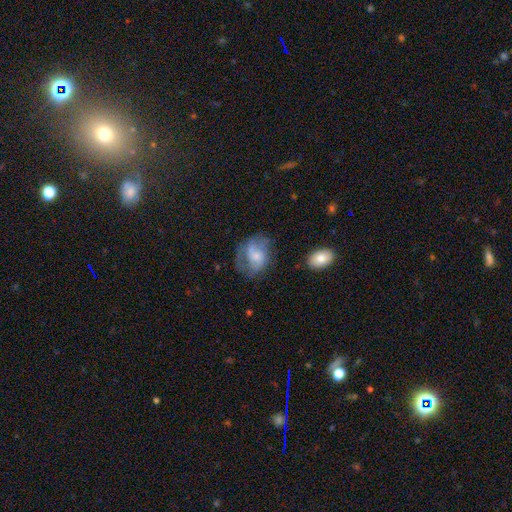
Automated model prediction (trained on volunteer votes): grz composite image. It shows a featured or disk galaxy (58%) with no bar (63%), spiral arms (81%) and a small central bulge (54%). Merging: none (51%).